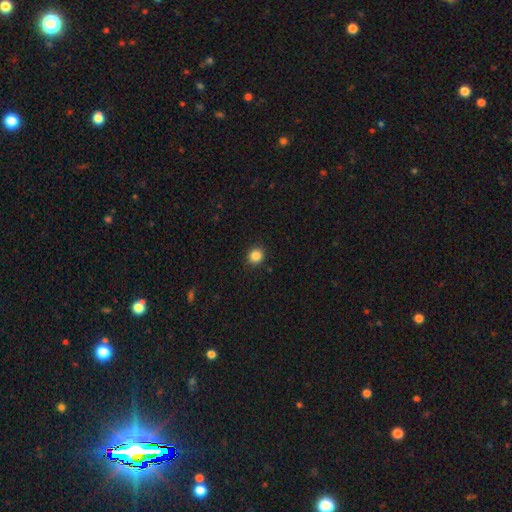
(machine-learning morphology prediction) A smooth galaxy with no disk features (86%) that is round (88%).

Vote fractions:
- Smooth or featured? smooth: 86% / star or artifact: 11% / featured or disk: 4%
- How rounded? round: 88% / in between: 11% / cigar-shaped: 1%
- Merging? none: 91% / minor disturbance: 6% / major disturbance: 2% / merger: 1%